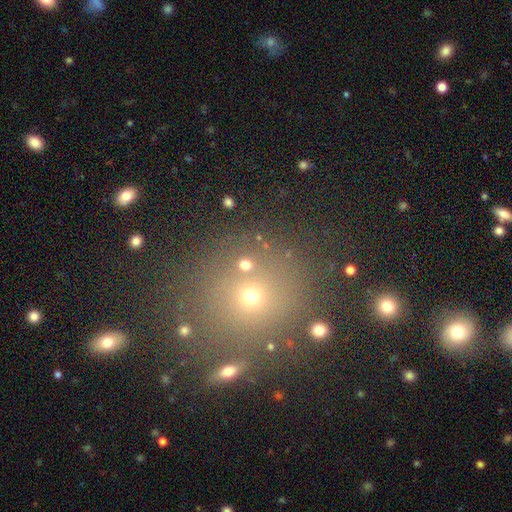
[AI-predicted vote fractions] Overall: smooth (57%; star or artifact 33%). How rounded: round (89%). Merging: none (81%).